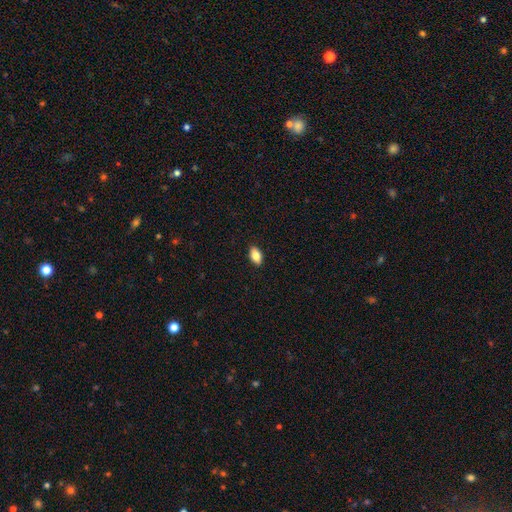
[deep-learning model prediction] Smooth or featured: smooth — 82% (featured or disk — 10%)
How rounded: in between — 91% (round — 6%)
Merging: none — 90% (minor disturbance — 7%)